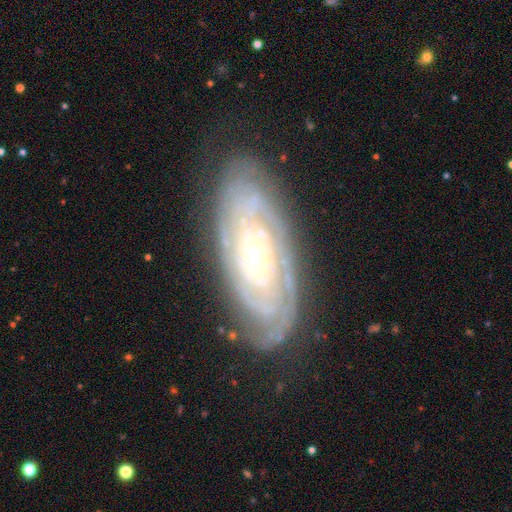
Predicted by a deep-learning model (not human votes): smooth_or_featured: featured or disk (p=0.86) [alt: smooth p=0.08]
disk_edge_on: no (p=0.92) [alt: yes p=0.08]
bar: no (p=0.70) [alt: weak p=0.21]
has_spiral_arms: yes (p=0.96) [alt: no p=0.04]
spiral_winding: tight (p=0.84) [alt: medium p=0.13]
spiral_arm_count: can't tell (p=0.37) [alt: 4 p=0.16]
bulge_size: small (p=0.73) [alt: moderate p=0.23]
merging: none (p=0.80) [alt: minor disturbance p=0.15]